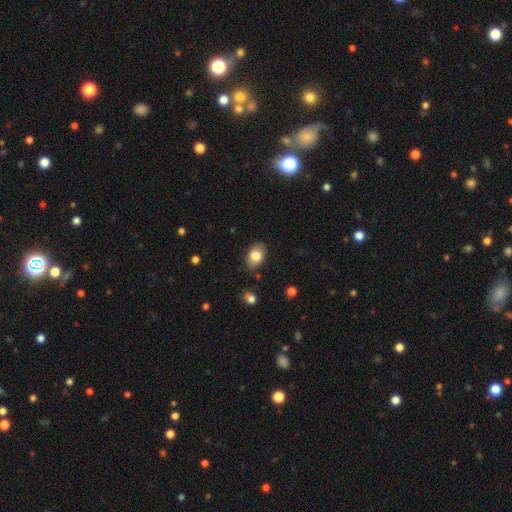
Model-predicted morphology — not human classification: Q: Smooth or featured?
A: smooth (82%); runner-up: featured or disk (11%)
Q: How rounded?
A: in between (86%); runner-up: round (12%)
Q: Merging?
A: none (84%); runner-up: minor disturbance (12%)